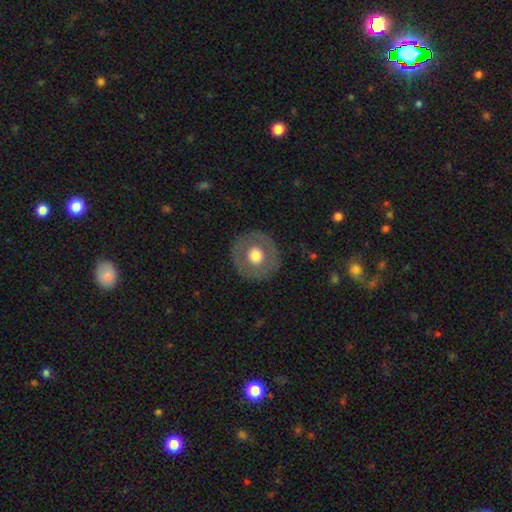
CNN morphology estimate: Smooth or featured? smooth (57%)
How rounded? round (94%)
Merging? none (86%)